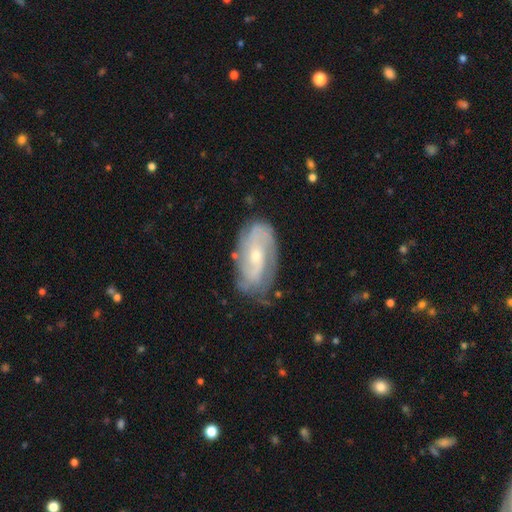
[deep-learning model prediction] This is clearly a featured or disk galaxy (80%). It is clearly not viewed edge-on (95%). Bar: possibly no (54%). Spiral arm pattern: clearly yes (92%). Spiral arm count: possibly 2 (46%). Spiral winding: marginally tight (44%). Central bulge: likely small (61%). Merging: likely none (69%).